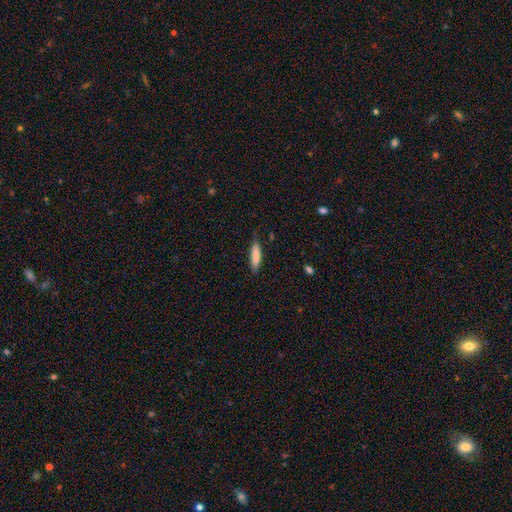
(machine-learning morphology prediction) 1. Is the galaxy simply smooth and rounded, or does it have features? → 85% smooth, 9% featured or disk, 6% star or artifact.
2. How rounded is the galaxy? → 71% cigar-shaped, 28% in between, 1% round.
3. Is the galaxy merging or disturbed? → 81% none, 15% minor disturbance, 3% major disturbance, 1% merger.